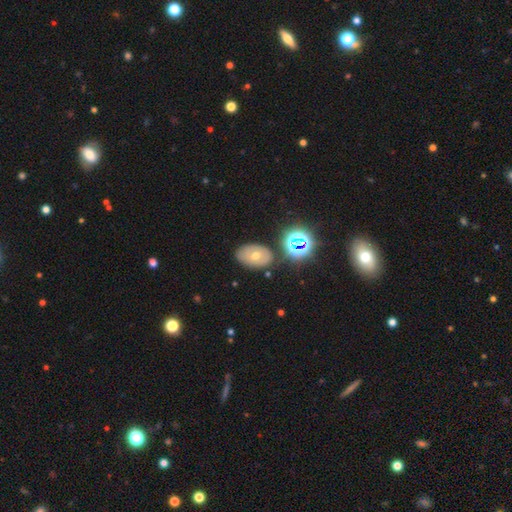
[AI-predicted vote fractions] smooth 40%, featured or disk 33%, star or artifact 27%. Down the decision tree: merging — none (80%).